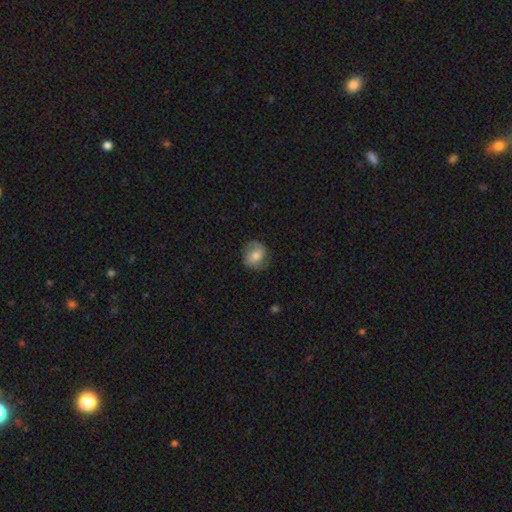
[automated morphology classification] Overall: smooth (58%; featured or disk 34%). How rounded: round (66%; in between 33%). Merging: none (71%).